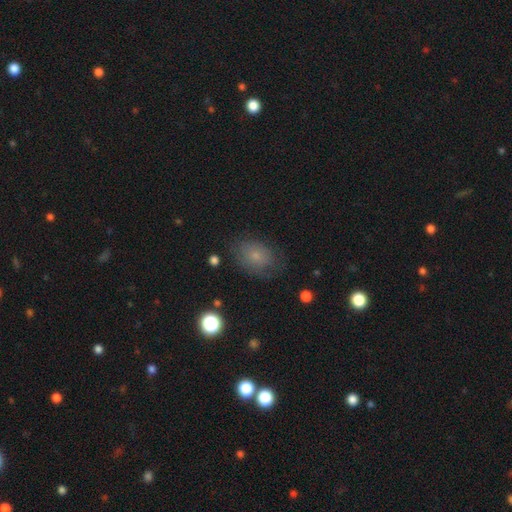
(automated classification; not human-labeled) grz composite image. It shows a smooth galaxy with no disk features (64%) that is in between round and cigar-shaped (72%). Merging: none (69%).